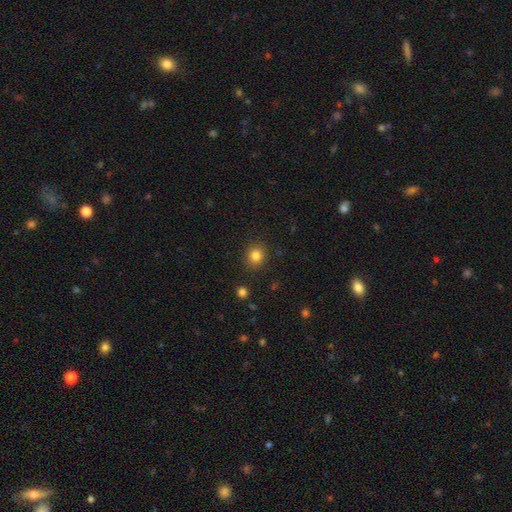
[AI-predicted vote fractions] Smooth or featured? smooth (82%)
How rounded? round (82%)
Merging? none (89%)